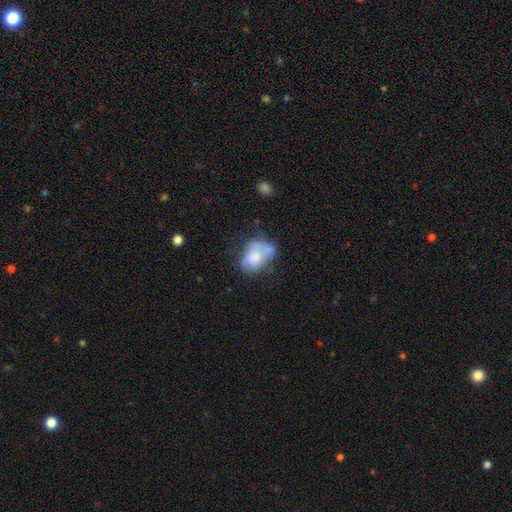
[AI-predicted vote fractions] Q: Smooth or featured?
A: smooth (56%); runner-up: featured or disk (36%)
Q: How rounded?
A: in between (74%); runner-up: round (24%)
Q: Merging?
A: none (32%); runner-up: minor disturbance (28%)